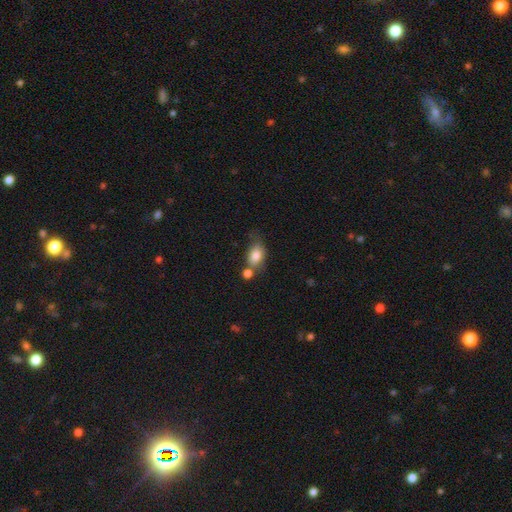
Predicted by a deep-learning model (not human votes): The model was most divided on "merging": none: 41%, merger: 30%, minor disturbance: 21%, major disturbance: 8%. More confident: smooth or featured — smooth (81%); how rounded — in between (78%).